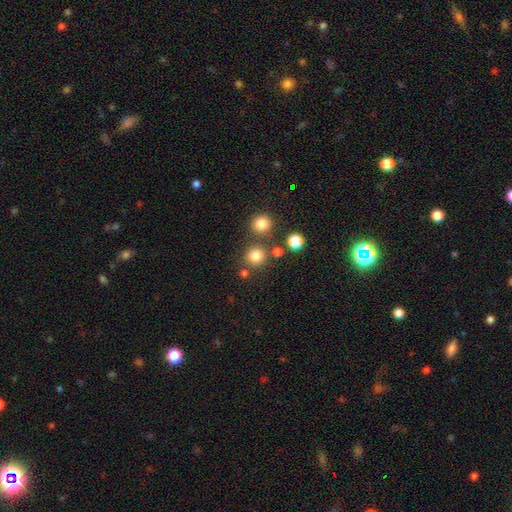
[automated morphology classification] type=smooth (80%); roundness=round (91%); merging=none (76%).